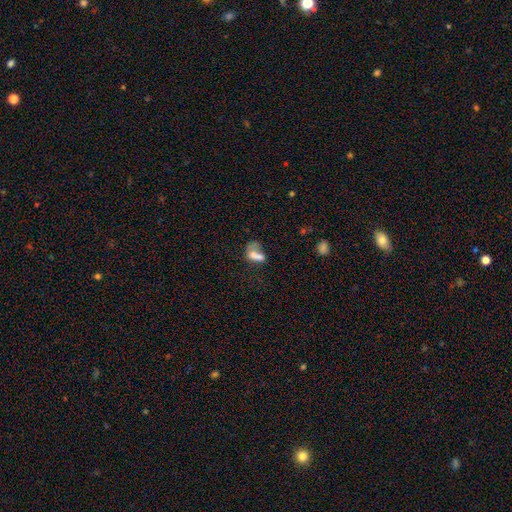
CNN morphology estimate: Smooth or featured?
  - smooth: 64% *
  - featured or disk: 23%
  - star or artifact: 13%
How rounded?
  - in between: 79% *
  - round: 14%
  - cigar-shaped: 7%
Merging?
  - merger: 41% *
  - major disturbance: 26%
  - none: 19%
  - minor disturbance: 13%